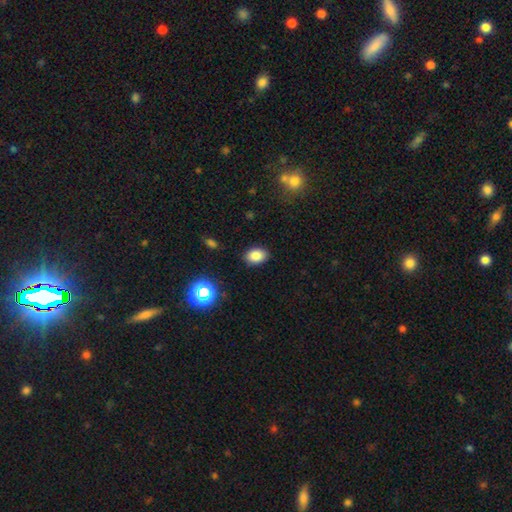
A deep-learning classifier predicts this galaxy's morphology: A smooth galaxy with no disk features (83%) that is in between round and cigar-shaped (75%).

Vote fractions:
- Smooth or featured? smooth: 83% / star or artifact: 11% / featured or disk: 6%
- How rounded? in between: 75% / round: 24% / cigar-shaped: 1%
- Merging? none: 87% / minor disturbance: 9% / major disturbance: 2% / merger: 1%